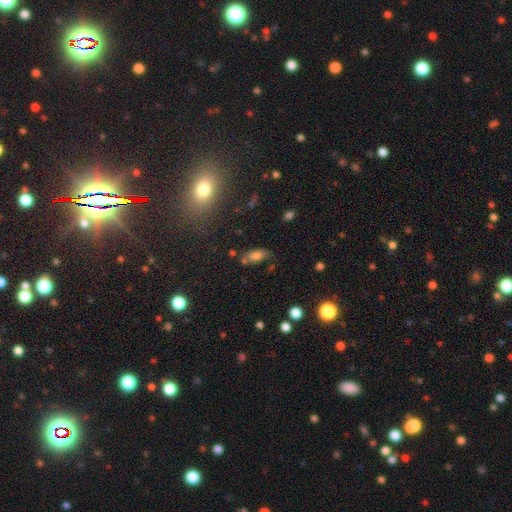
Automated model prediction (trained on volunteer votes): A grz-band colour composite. It shows a smooth galaxy with no disk features (73%) that is in between round and cigar-shaped (81%). Merging: none (59%).